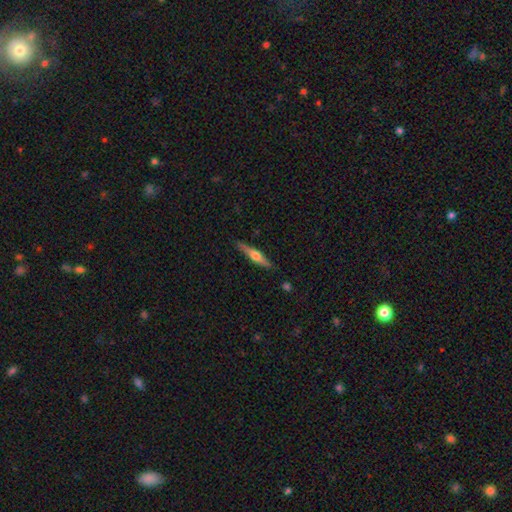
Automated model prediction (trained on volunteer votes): This appears to be a featured or disk galaxy (59%) viewed edge-on (96%) with a rounded central bulge (91%). Merging: none (87%).